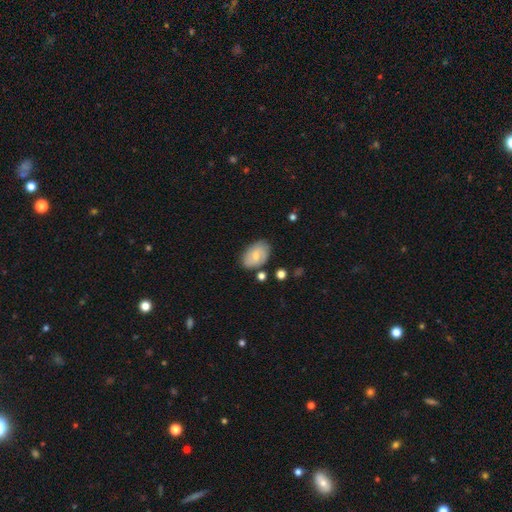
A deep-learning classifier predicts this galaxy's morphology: Smooth or featured? smooth (61%)
How rounded? in between (87%)
Merging? none (74%)